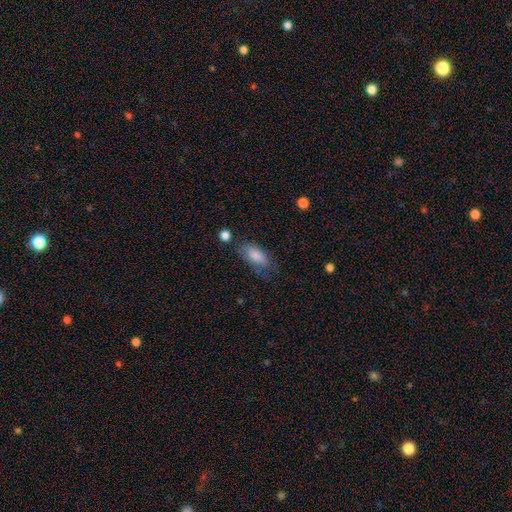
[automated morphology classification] type=smooth (84%); roundness=in between (89%); merging=none (64%).